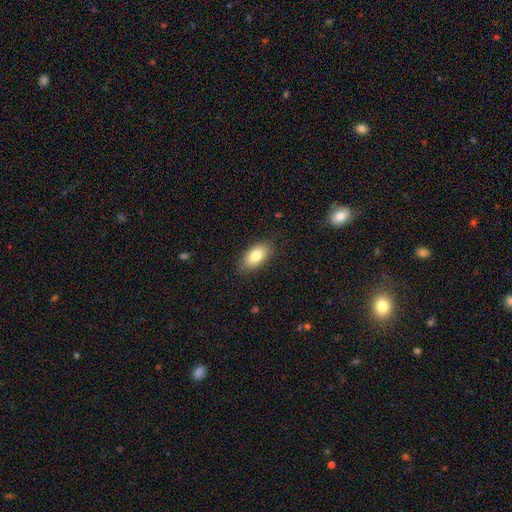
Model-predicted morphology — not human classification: smooth_or_featured: smooth (p=0.83) [alt: featured or disk p=0.10]
how_rounded: in between (p=0.92) [alt: cigar-shaped p=0.04]
merging: none (p=0.86) [alt: minor disturbance p=0.11]